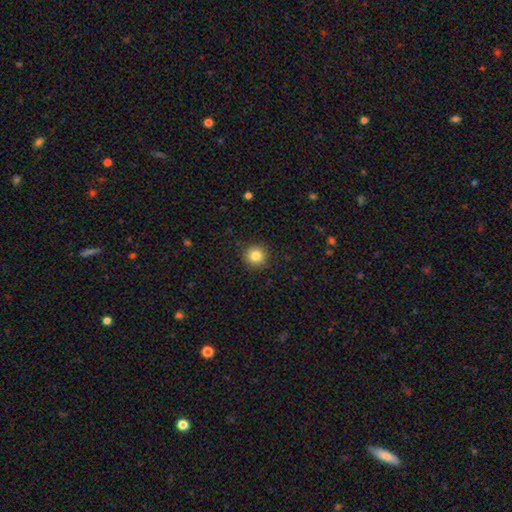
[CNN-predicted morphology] smooth 84%, star or artifact 11%, featured or disk 5%. Down the decision tree: how rounded — round (94%); merging — none (91%).